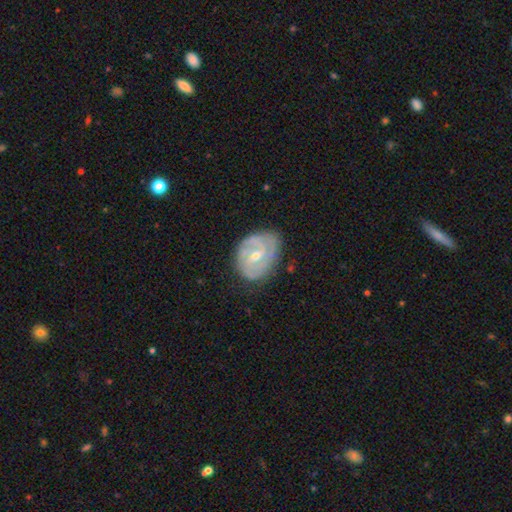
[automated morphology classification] Smooth or featured? Predicted: featured or disk (p=0.79). Edge-on disk? Predicted: no (p=0.97). Bar? Predicted: weak (p=0.49). Spiral arms? Predicted: yes (p=0.92). Spiral winding? Predicted: tight (p=0.54). Spiral arm count? Predicted: 2 (p=0.47). Bulge size? Predicted: moderate (p=0.53). Merging? Predicted: none (p=0.69).